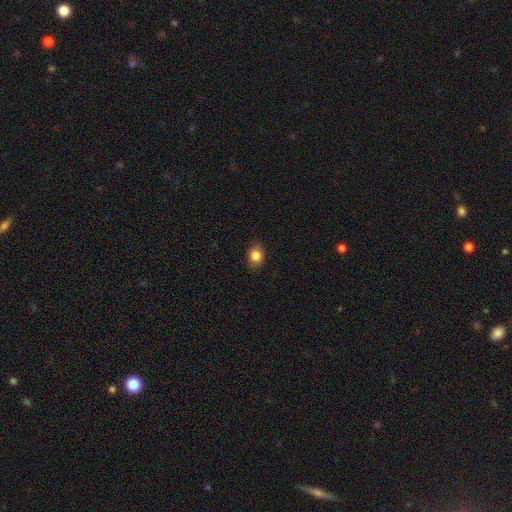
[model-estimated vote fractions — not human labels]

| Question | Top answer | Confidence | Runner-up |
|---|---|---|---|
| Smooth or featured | smooth | 85% | star or artifact (10%) |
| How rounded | round | 57% | in between (41%) |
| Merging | none | 87% | minor disturbance (10%) |